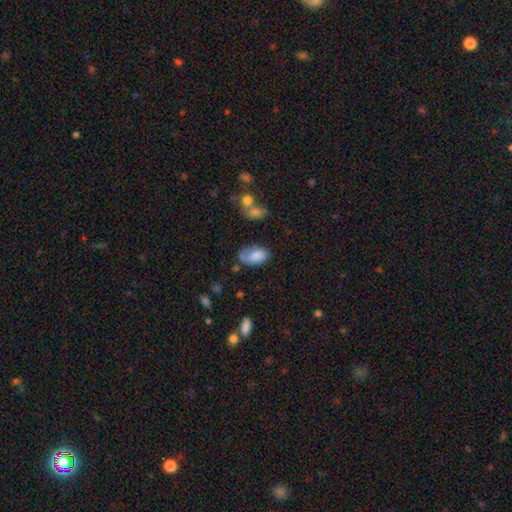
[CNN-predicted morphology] Smooth or featured?
  - smooth: 75% *
  - featured or disk: 18%
  - star or artifact: 7%
How rounded?
  - in between: 93% *
  - round: 5%
  - cigar-shaped: 2%
Merging?
  - none: 50% *
  - minor disturbance: 30%
  - major disturbance: 15%
  - merger: 5%